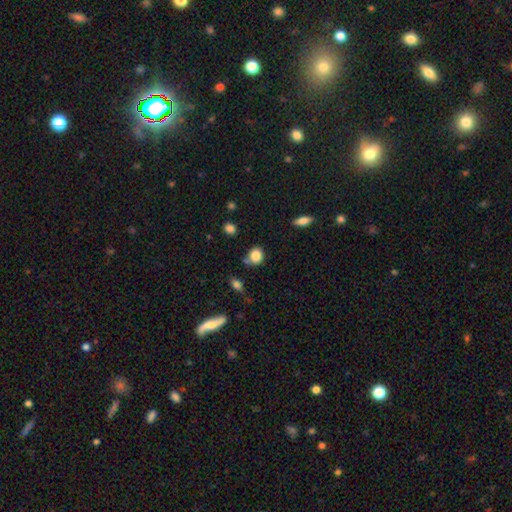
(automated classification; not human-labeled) This appears to be a smooth galaxy with no disk features (83%) that is round (71%). Merging: none (65%).